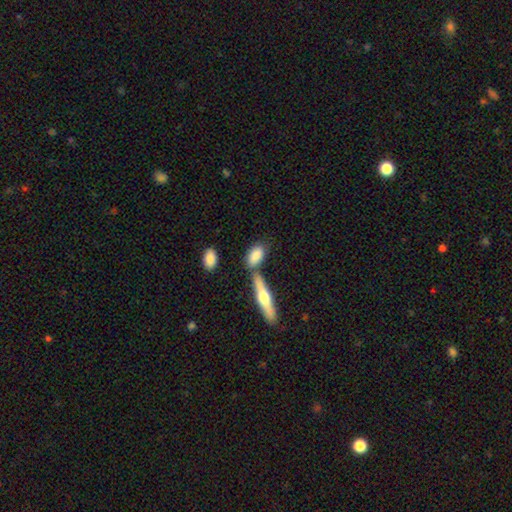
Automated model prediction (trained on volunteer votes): This appears to be a smooth galaxy with no disk features (79%) that is in between round and cigar-shaped (81%). Merging: none (60%).